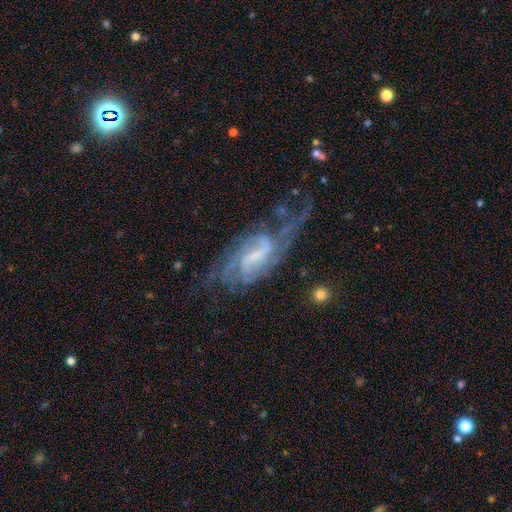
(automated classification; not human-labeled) The model was most divided on "spiral winding": medium: 45%, loose: 28%, tight: 28%. Remaining: spiral arms — yes (94%); edge-on disk — no (94%); smooth or featured — featured or disk (84%); bar — weak (52%); spiral arm count — 2 (51%); bulge size — small (48%); merging — none (47%).